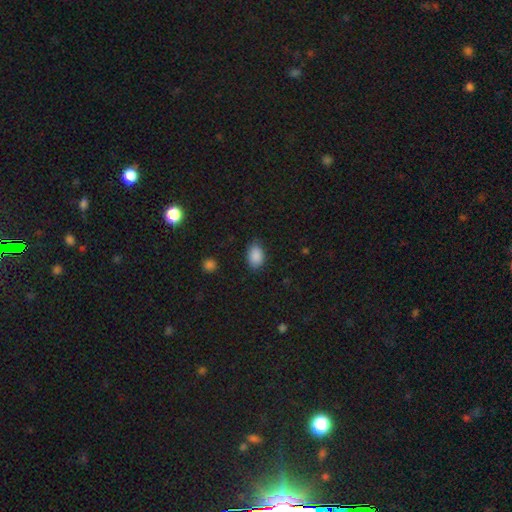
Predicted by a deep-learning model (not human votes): A smooth galaxy with no disk features (89%) that is in between round and cigar-shaped (86%).

Vote fractions:
- Smooth or featured? smooth: 89% / star or artifact: 8% / featured or disk: 3%
- How rounded? in between: 86% / round: 12% / cigar-shaped: 1%
- Merging? none: 81% / minor disturbance: 15% / major disturbance: 3% / merger: 1%